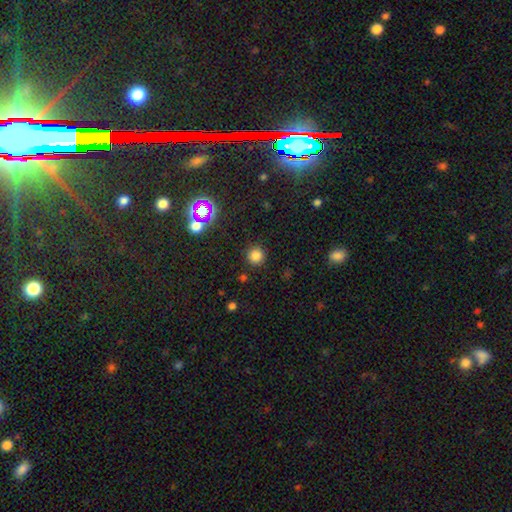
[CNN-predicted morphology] smooth-or-featured: smooth: 78% | star or artifact: 17% | featured or disk: 5%
  how-rounded: round: 94% | in between: 5% | cigar-shaped: 1%
  merging: none: 89% | minor disturbance: 6% | major disturbance: 3% | merger: 2%